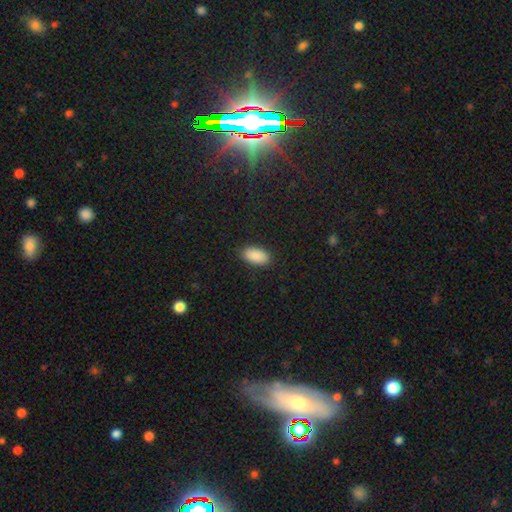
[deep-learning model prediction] A smooth galaxy with no disk features (90%) that is in between round and cigar-shaped (95%).

Vote fractions:
- Smooth or featured? smooth: 90% / star or artifact: 7% / featured or disk: 3%
- How rounded? in between: 95% / round: 3% / cigar-shaped: 2%
- Merging? none: 89% / minor disturbance: 8% / major disturbance: 2% / merger: 1%